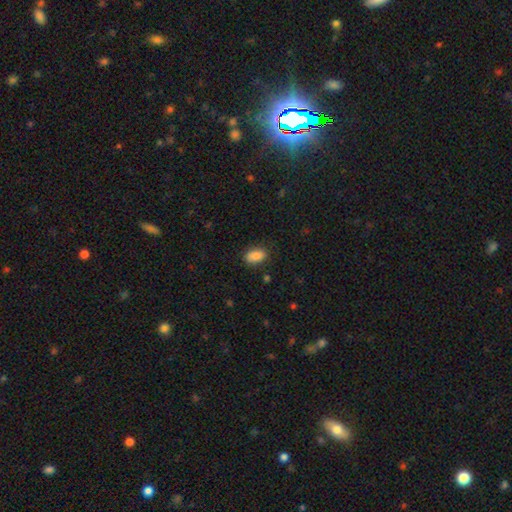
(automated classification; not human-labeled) Morphology: type=smooth (87%); roundness=in between (91%); merging=none (84%).